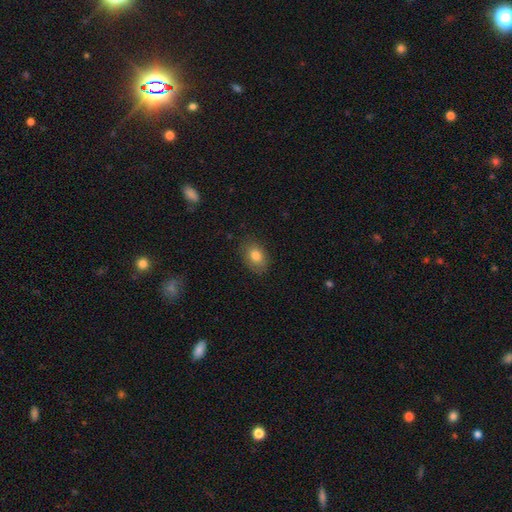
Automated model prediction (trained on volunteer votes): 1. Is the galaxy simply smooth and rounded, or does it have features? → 81% smooth, 10% featured or disk, 9% star or artifact.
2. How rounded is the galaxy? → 79% in between, 20% round, 1% cigar-shaped.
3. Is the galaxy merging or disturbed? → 83% none, 13% minor disturbance, 3% major disturbance, 1% merger.